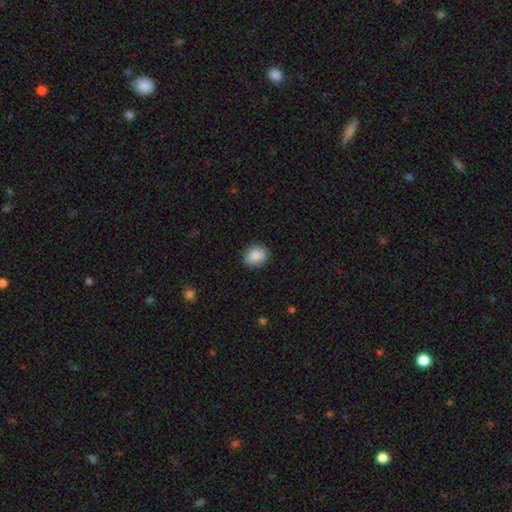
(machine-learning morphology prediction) smooth-or-featured: smooth: 89% | star or artifact: 8% | featured or disk: 4%
  how-rounded: round: 59% | in between: 40% | cigar-shaped: 1%
  merging: none: 88% | minor disturbance: 9% | major disturbance: 2% | merger: 1%